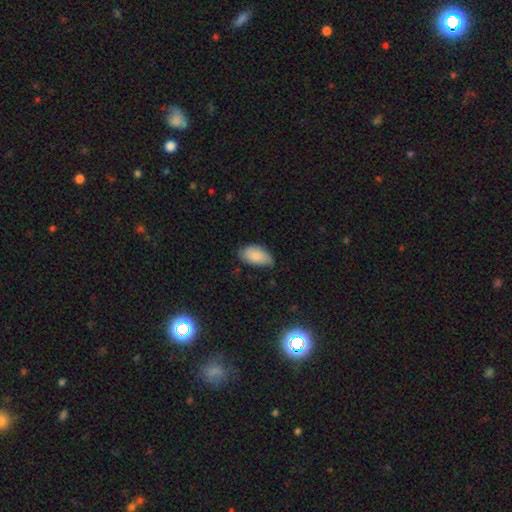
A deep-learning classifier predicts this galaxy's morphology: Smooth or featured? Predicted: smooth (p=0.85). How rounded? Predicted: in between (p=0.95). Merging? Predicted: none (p=0.61).